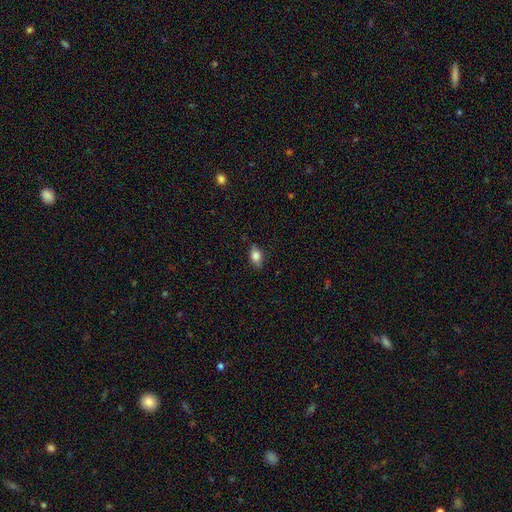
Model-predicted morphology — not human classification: Smooth or featured: smooth — 77% (featured or disk — 15%)
How rounded: in between — 81% (round — 13%)
Merging: none — 79% (minor disturbance — 17%)